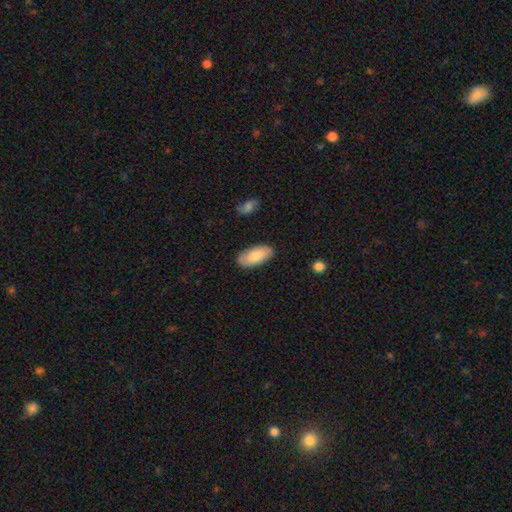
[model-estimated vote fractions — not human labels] The model was most divided on "smooth or featured": smooth: 80%, featured or disk: 14%, star or artifact: 5%. More confident: how rounded — in between (91%); merging — none (85%).